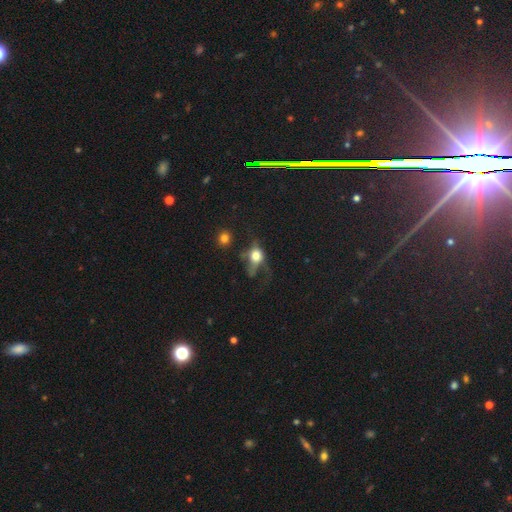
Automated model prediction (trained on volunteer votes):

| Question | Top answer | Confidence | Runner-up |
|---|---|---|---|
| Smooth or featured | smooth | 62% | featured or disk (25%) |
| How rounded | round | 53% | in between (43%) |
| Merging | major disturbance | 50% | none (25%) |